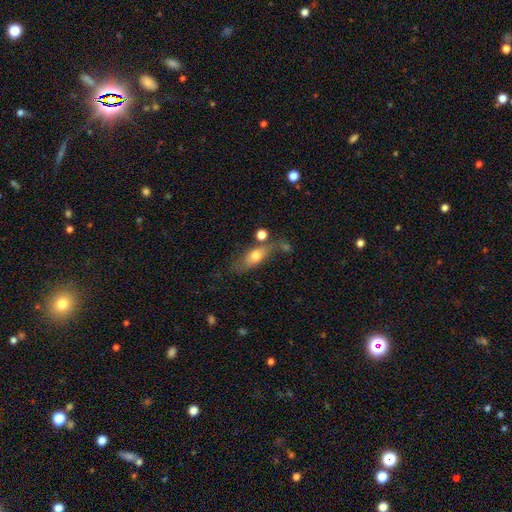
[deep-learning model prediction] Q: Smooth or featured?
A: smooth (65%); runner-up: featured or disk (27%)
Q: How rounded?
A: in between (73%); runner-up: cigar-shaped (18%)
Q: Merging?
A: none (47%); runner-up: minor disturbance (23%)